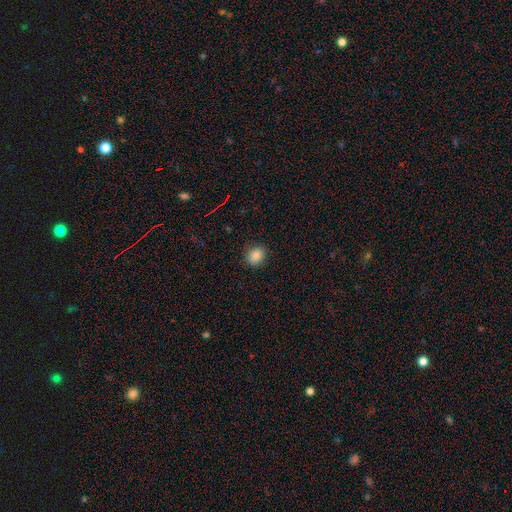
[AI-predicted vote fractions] smooth_or_featured: smooth (p=0.86) [alt: star or artifact p=0.11]
how_rounded: round (p=0.65) [alt: in between p=0.34]
merging: none (p=0.88) [alt: minor disturbance p=0.09]